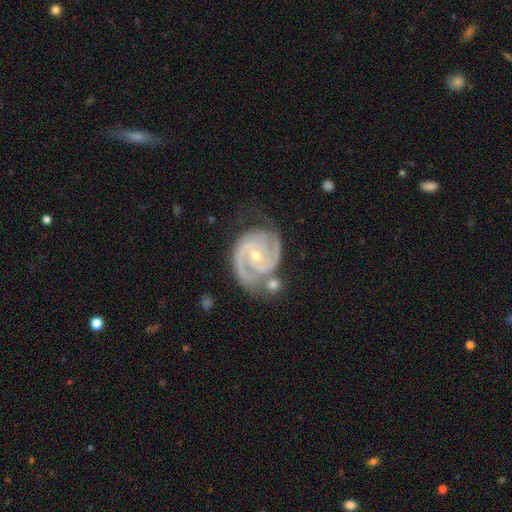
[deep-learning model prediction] Overall: featured or disk (92%). Edge-on disk: no (98%). Bar: no (59%; weak 31%). Spiral arms: yes (98%). Spiral arm count: 2 (71%). Spiral winding: tight (59%; medium 36%). Bulge size: small (59%; moderate 39%). Merging: none (59%; minor disturbance 21%).